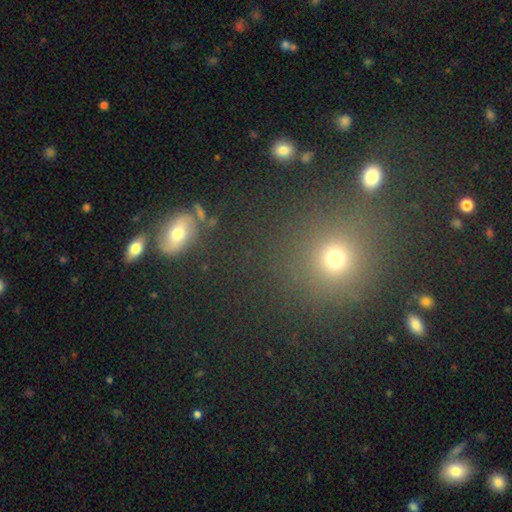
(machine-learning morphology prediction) This appears to be a smooth galaxy with no disk features (49%). Merging: none (78%).